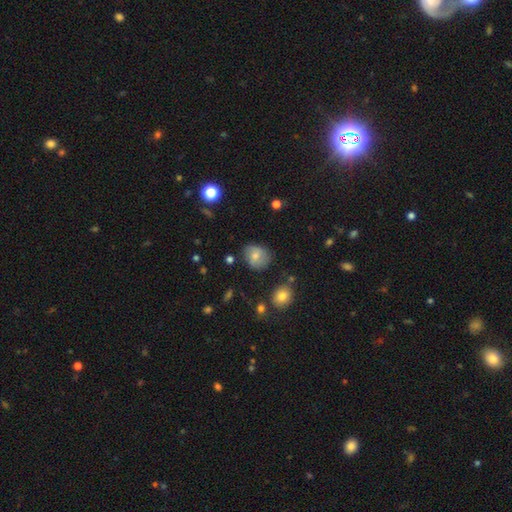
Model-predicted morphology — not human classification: This is likely a smooth galaxy (64%). How rounded: likely round (66%). Merging: likely none (71%).